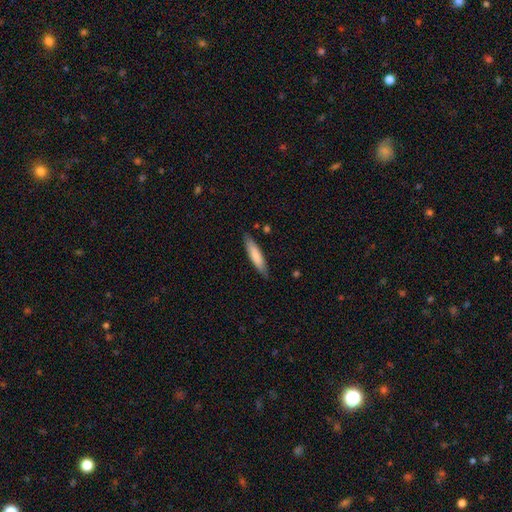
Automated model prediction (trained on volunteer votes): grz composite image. It shows a smooth galaxy with no disk features (77%) that is cigar-shaped (78%). Merging: none (85%).